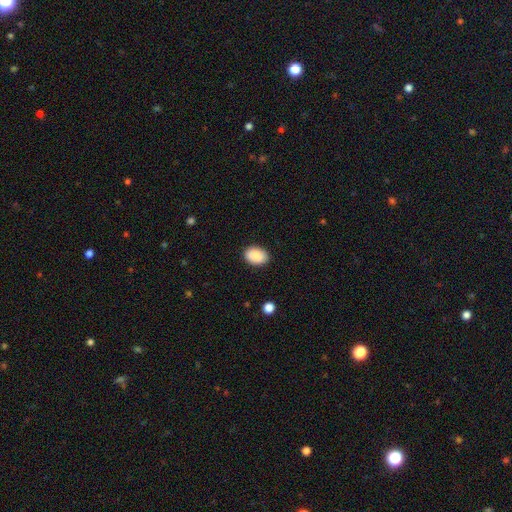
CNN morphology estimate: type=smooth (88%); roundness=in between (82%); merging=none (89%).